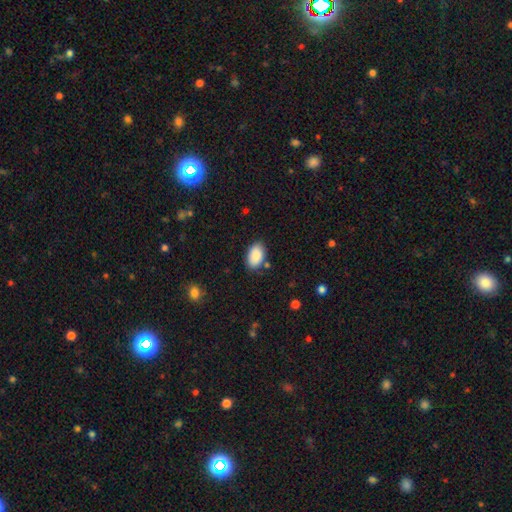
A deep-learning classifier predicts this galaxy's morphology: This is clearly a smooth galaxy (89%). How rounded: clearly in between (93%). Merging: clearly none (82%).